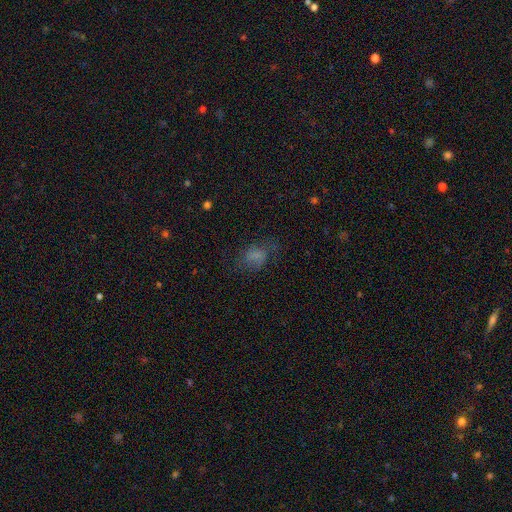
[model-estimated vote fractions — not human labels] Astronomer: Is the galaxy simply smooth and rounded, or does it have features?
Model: smooth — 60%.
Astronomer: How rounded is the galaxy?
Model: in between — 74%.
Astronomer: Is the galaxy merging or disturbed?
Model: none — 52%.